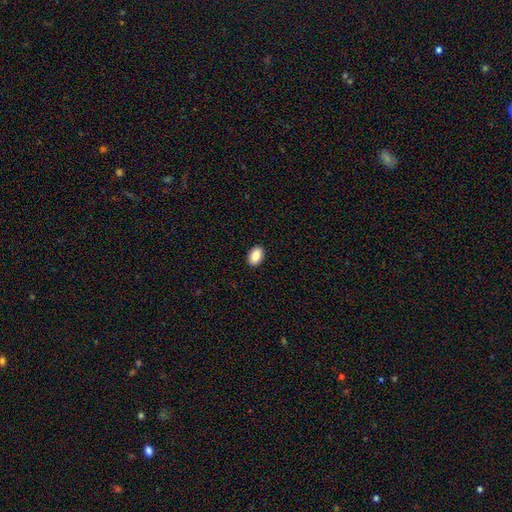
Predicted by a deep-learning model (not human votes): smooth-or-featured: smooth: 88% | star or artifact: 7% | featured or disk: 4%
  how-rounded: in between: 89% | round: 10% | cigar-shaped: 1%
  merging: none: 91% | minor disturbance: 7% | major disturbance: 2% | merger: 1%